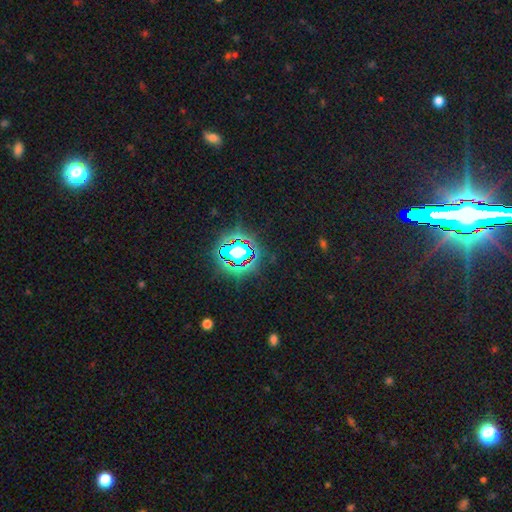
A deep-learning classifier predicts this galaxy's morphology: This appears to be a star or artifact, not a galaxy (84%).